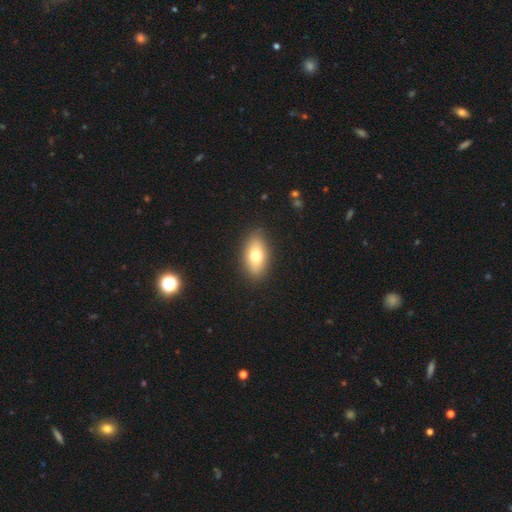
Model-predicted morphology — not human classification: smooth_or_featured: smooth (p=0.74) [alt: featured or disk p=0.18]
how_rounded: in between (p=0.89) [alt: round p=0.06]
merging: none (p=0.86) [alt: minor disturbance p=0.11]